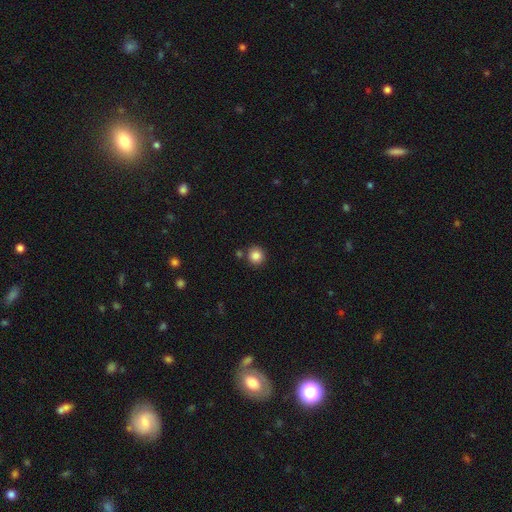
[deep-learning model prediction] Overall: smooth (86%). How rounded: round (91%). Merging: none (82%).